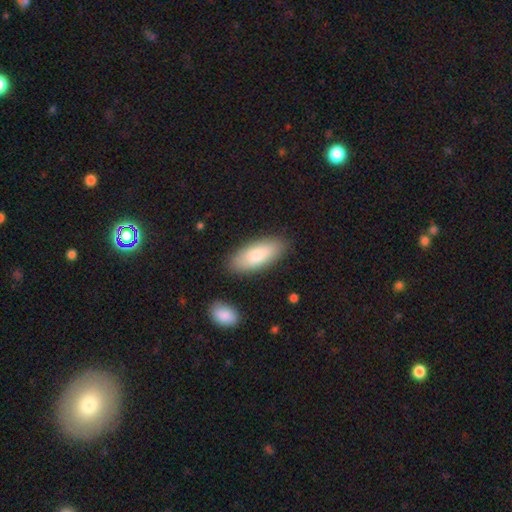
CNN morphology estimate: Smooth or featured?
  - smooth: 82% *
  - featured or disk: 13%
  - star or artifact: 6%
How rounded?
  - in between: 82% *
  - cigar-shaped: 16%
  - round: 2%
Merging?
  - none: 85% *
  - minor disturbance: 11%
  - merger: 2%
  - major disturbance: 2%